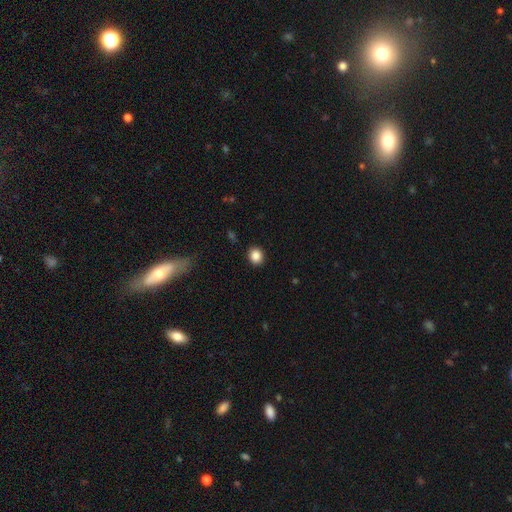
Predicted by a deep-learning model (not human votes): A smooth galaxy with no disk features (87%) that is round (69%).

Vote fractions:
- Smooth or featured? smooth: 87% / star or artifact: 10% / featured or disk: 4%
- How rounded? round: 69% / in between: 30% / cigar-shaped: 1%
- Merging? none: 90% / minor disturbance: 7% / major disturbance: 2% / merger: 1%